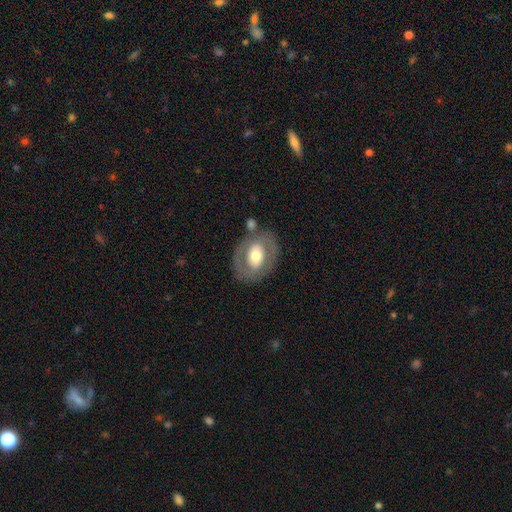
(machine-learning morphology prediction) Smooth or featured? featured or disk (53%)
Edge-on disk? no (93%)
Merging? none (72%)